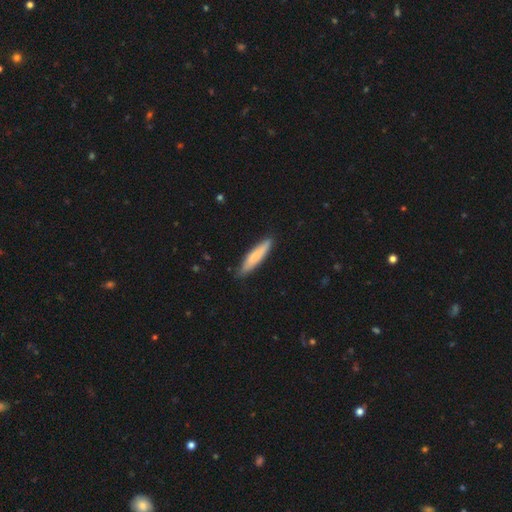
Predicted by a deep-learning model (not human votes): This appears to be a smooth galaxy with no disk features (76%) that is cigar-shaped (87%). Merging: none (86%).